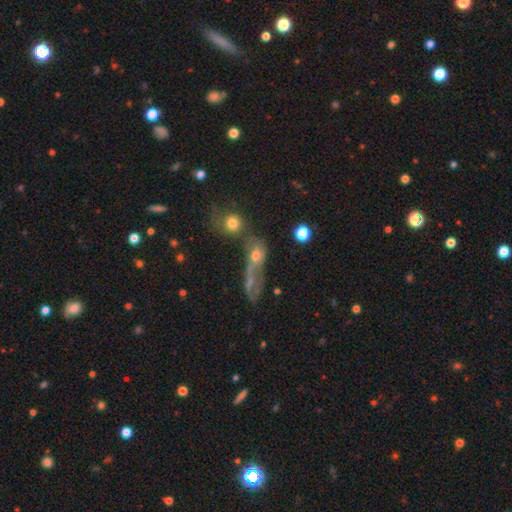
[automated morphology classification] This is possibly a smooth galaxy (48%). Merging: possibly merger (48%).